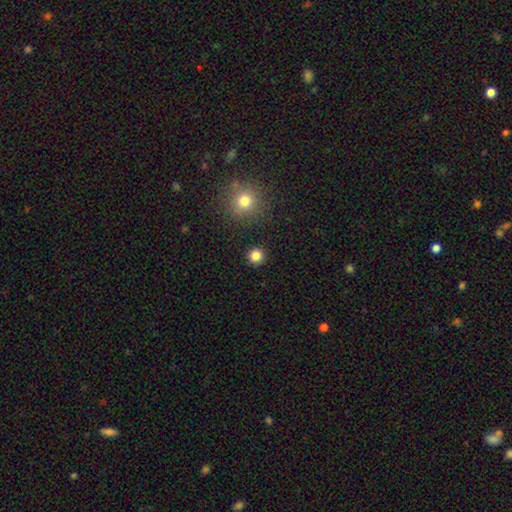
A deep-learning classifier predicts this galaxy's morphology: Q: Smooth or featured?
A: smooth (83%); runner-up: star or artifact (13%)
Q: How rounded?
A: round (95%); runner-up: in between (4%)
Q: Merging?
A: none (92%); runner-up: minor disturbance (5%)